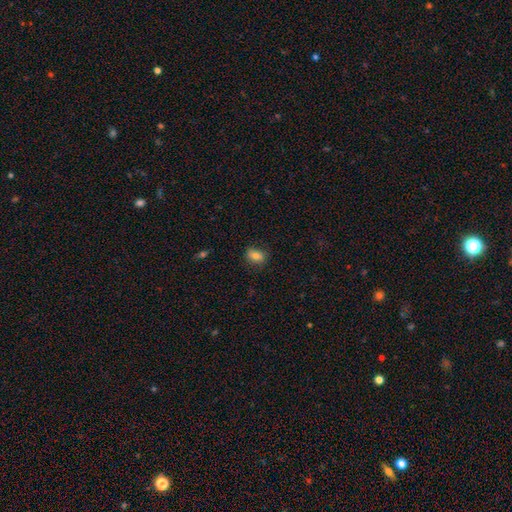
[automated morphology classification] smooth_or_featured: smooth (p=0.80) [alt: featured or disk p=0.10]
how_rounded: in between (p=0.70) [alt: round p=0.28]
merging: none (p=0.82) [alt: minor disturbance p=0.14]